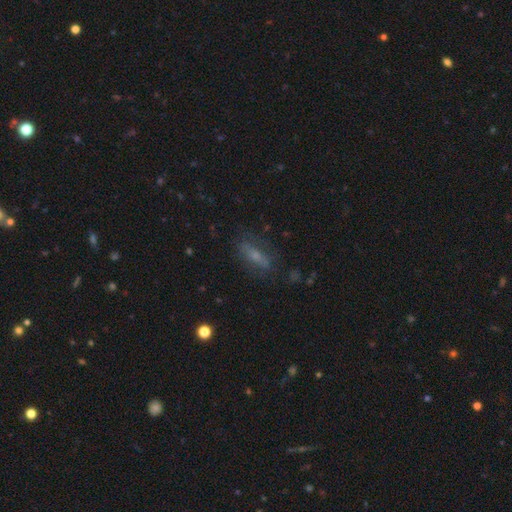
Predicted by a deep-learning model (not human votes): The model was most divided on "smooth or featured": smooth: 48%, featured or disk: 38%, star or artifact: 14%. More confident: merging — none (70%).